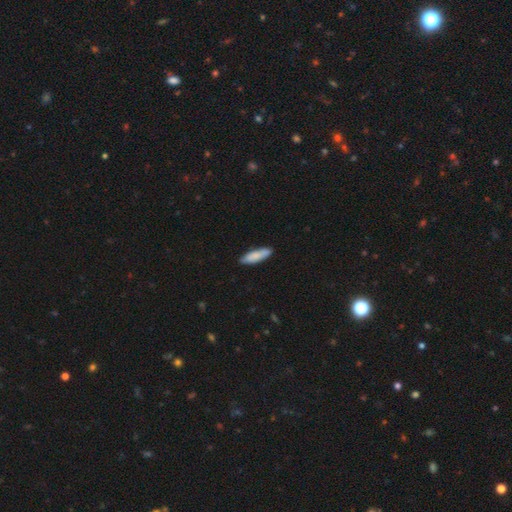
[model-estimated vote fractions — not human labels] Q: Smooth or featured?
A: smooth (82%); runner-up: featured or disk (12%)
Q: How rounded?
A: cigar-shaped (57%); runner-up: in between (42%)
Q: Merging?
A: none (83%); runner-up: minor disturbance (13%)